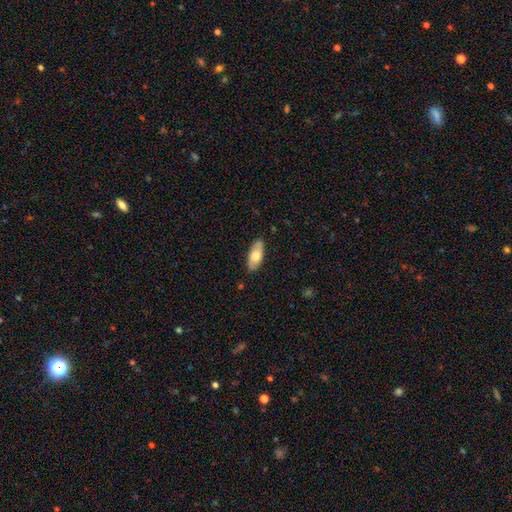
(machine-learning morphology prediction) This is likely a smooth galaxy (69%). How rounded: clearly in between (83%). Merging: clearly none (86%).